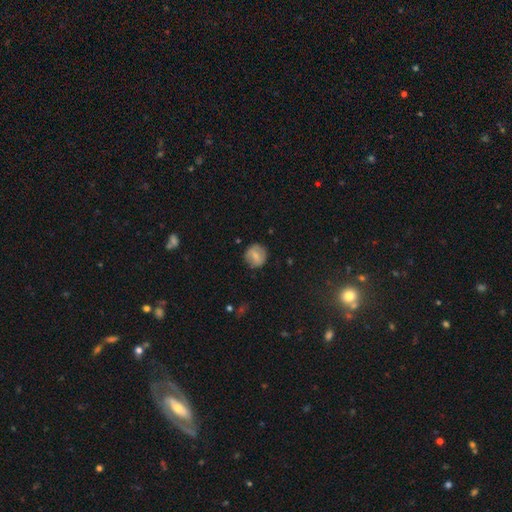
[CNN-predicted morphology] type=smooth (62%); roundness=round (85%); merging=none (81%).